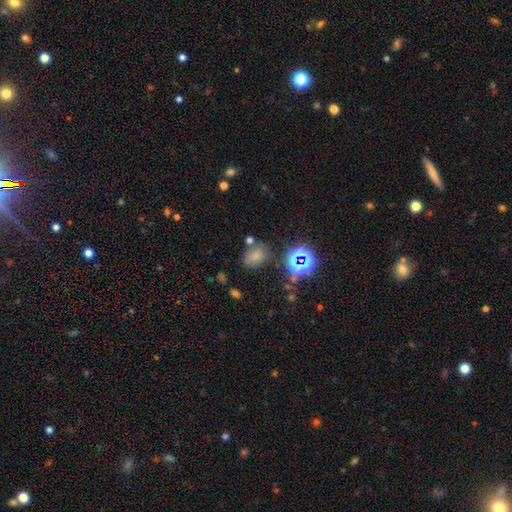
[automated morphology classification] smooth 66%, star or artifact 24%, featured or disk 10%. Down the decision tree: how rounded — in between (62%); merging — none (68%).